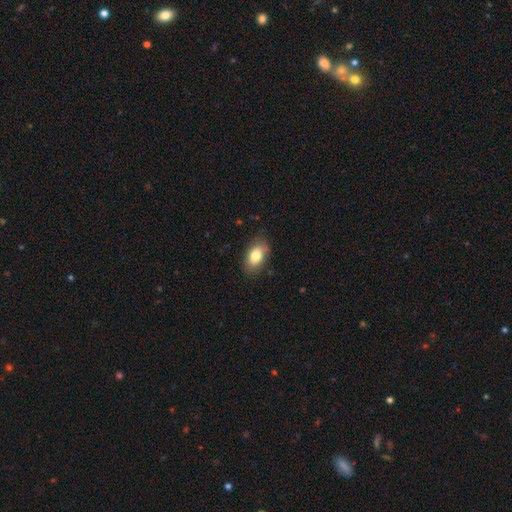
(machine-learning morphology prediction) A smooth galaxy with no disk features (78%) that is in between round and cigar-shaped (90%).

Vote fractions:
- Smooth or featured? smooth: 78% / featured or disk: 15% / star or artifact: 7%
- How rounded? in between: 90% / round: 8% / cigar-shaped: 2%
- Merging? none: 80% / minor disturbance: 15% / major disturbance: 3% / merger: 1%